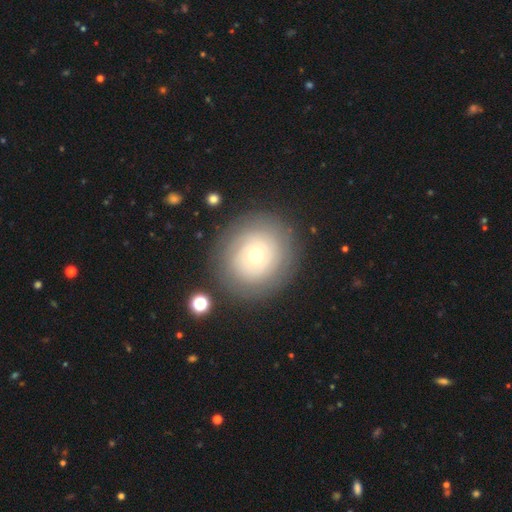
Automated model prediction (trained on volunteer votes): This appears to be a featured or disk galaxy (46%). Merging: none (83%).